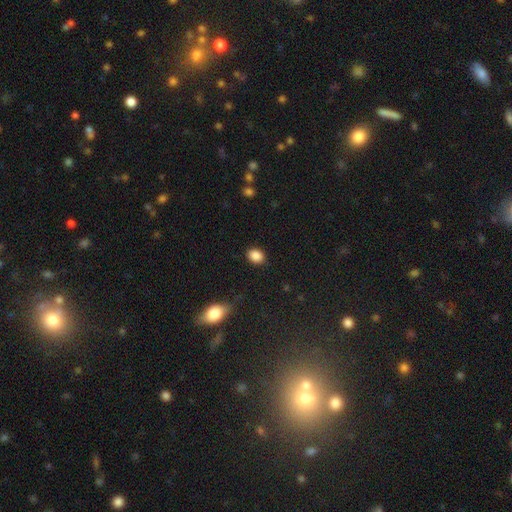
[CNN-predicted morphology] smooth_or_featured: smooth (p=0.87) [alt: star or artifact p=0.09]
how_rounded: in between (p=0.62) [alt: round p=0.37]
merging: none (p=0.86) [alt: minor disturbance p=0.10]